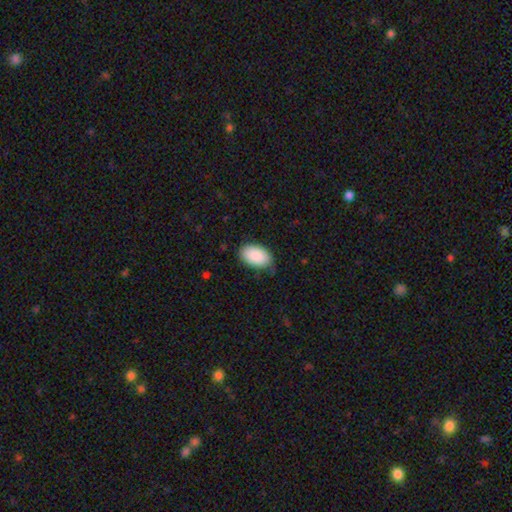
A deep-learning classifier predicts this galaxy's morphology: smooth_or_featured: smooth (p=0.90) [alt: star or artifact p=0.06]
how_rounded: in between (p=0.94) [alt: round p=0.05]
merging: none (p=0.72) [alt: minor disturbance p=0.22]